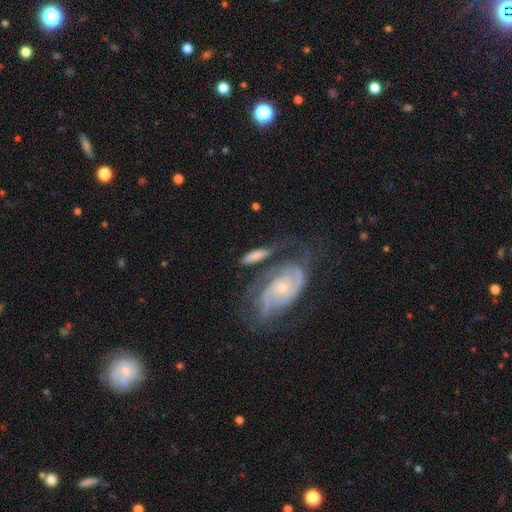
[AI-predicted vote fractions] Smooth or featured? Predicted: featured or disk (p=0.52). Edge-on disk? Predicted: no (p=0.81). Merging? Predicted: none (p=0.49).